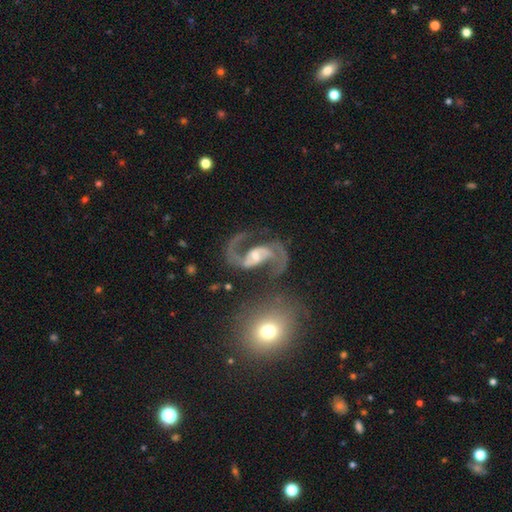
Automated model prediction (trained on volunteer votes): Smooth or featured? Predicted: featured or disk (p=0.92). Edge-on disk? Predicted: no (p=0.98). Bar? Predicted: weak (p=0.45). Spiral arms? Predicted: yes (p=0.97). Spiral winding? Predicted: medium (p=0.47). Spiral arm count? Predicted: 2 (p=0.92). Bulge size? Predicted: moderate (p=0.45). Merging? Predicted: none (p=0.58).